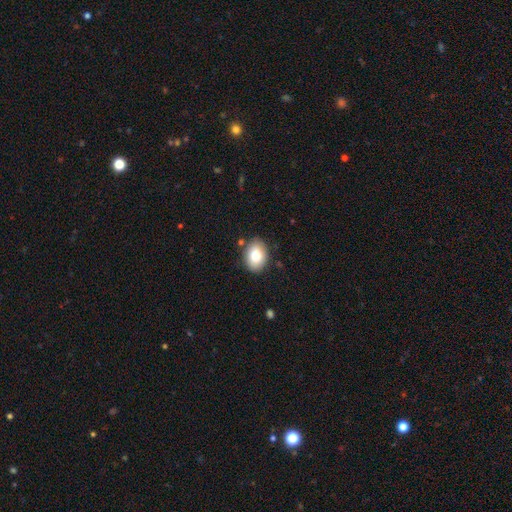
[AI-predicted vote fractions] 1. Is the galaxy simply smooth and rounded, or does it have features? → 82% smooth, 10% featured or disk, 8% star or artifact.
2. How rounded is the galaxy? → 75% in between, 24% round, 1% cigar-shaped.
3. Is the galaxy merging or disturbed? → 85% none, 10% minor disturbance, 2% merger, 2% major disturbance.